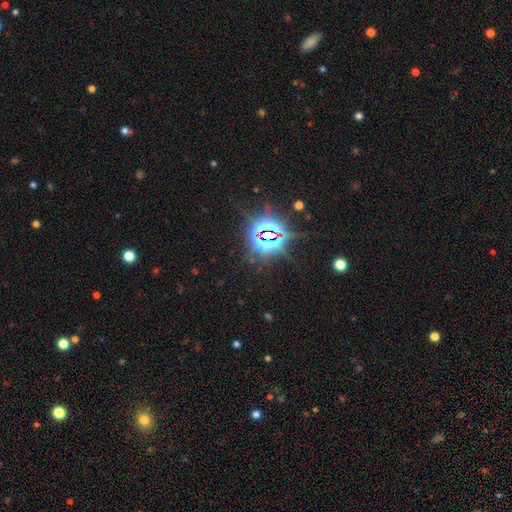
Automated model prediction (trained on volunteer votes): Smooth or featured? star or artifact (82%)